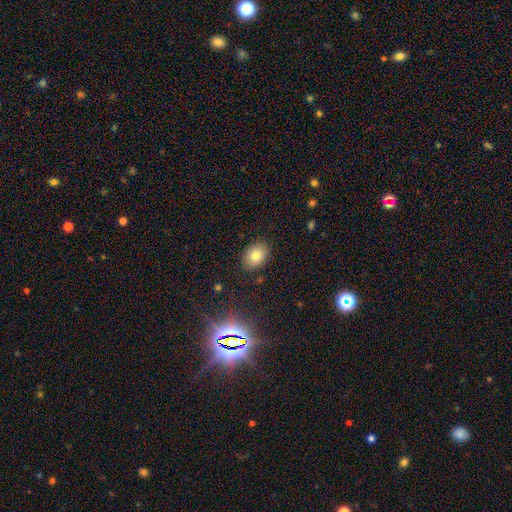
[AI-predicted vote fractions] Overall: smooth (79%). How rounded: in between (70%). Merging: none (87%).